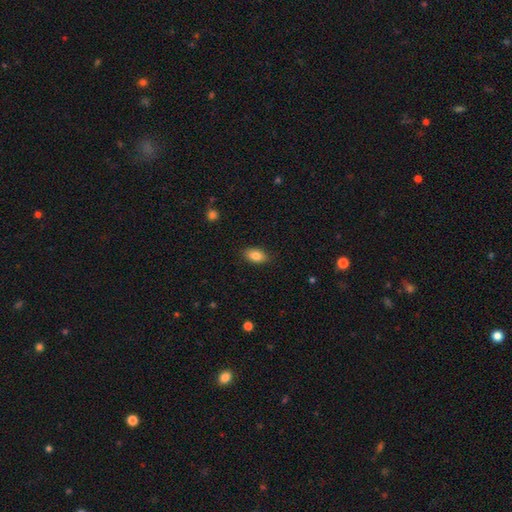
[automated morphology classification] smooth-or-featured: smooth: 85% | star or artifact: 8% | featured or disk: 7%
  how-rounded: in between: 90% | round: 7% | cigar-shaped: 3%
  merging: none: 87% | minor disturbance: 10% | major disturbance: 2% | merger: 1%